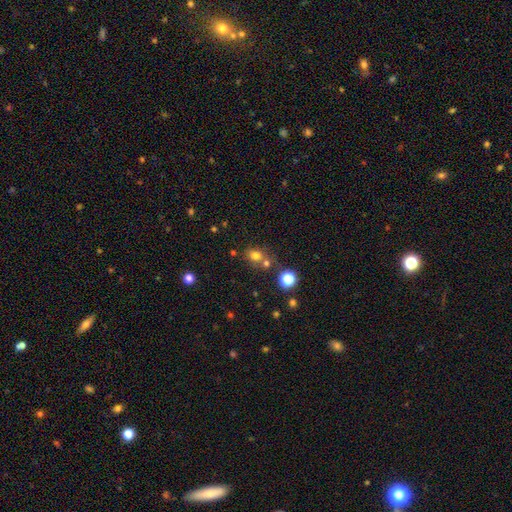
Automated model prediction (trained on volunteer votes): Smooth or featured? Predicted: smooth (p=0.72). How rounded? Predicted: round (p=0.61). Merging? Predicted: none (p=0.57).